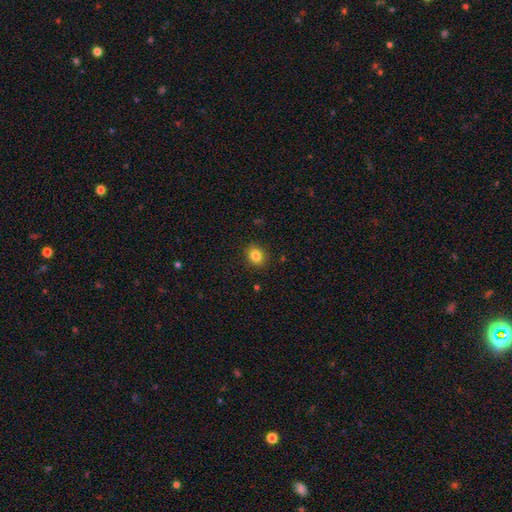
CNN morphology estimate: Overall: smooth (84%). How rounded: round (64%; in between 35%). Merging: none (89%).